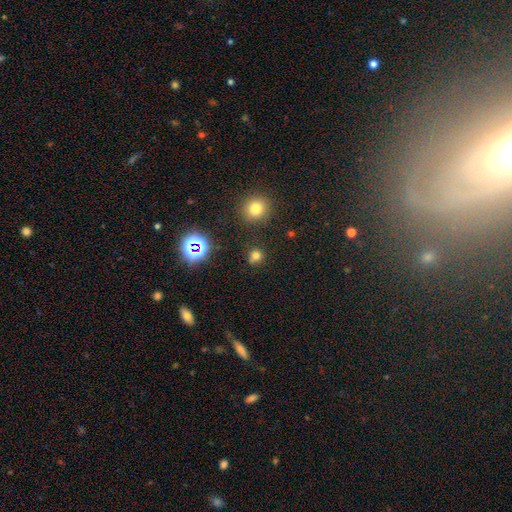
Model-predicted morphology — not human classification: The model was most divided on "smooth or featured": smooth: 69%, star or artifact: 24%, featured or disk: 6%. More confident: how rounded — round (86%); merging — none (81%).